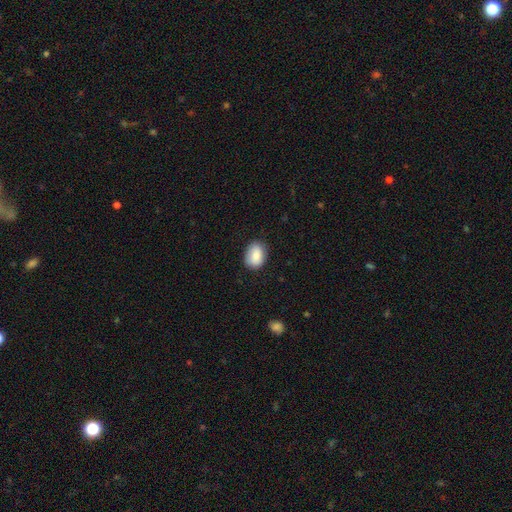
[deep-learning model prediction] smooth-or-featured: smooth: 84% | featured or disk: 9% | star or artifact: 7%
  how-rounded: in between: 72% | round: 27% | cigar-shaped: 1%
  merging: none: 80% | minor disturbance: 16% | major disturbance: 3% | merger: 1%